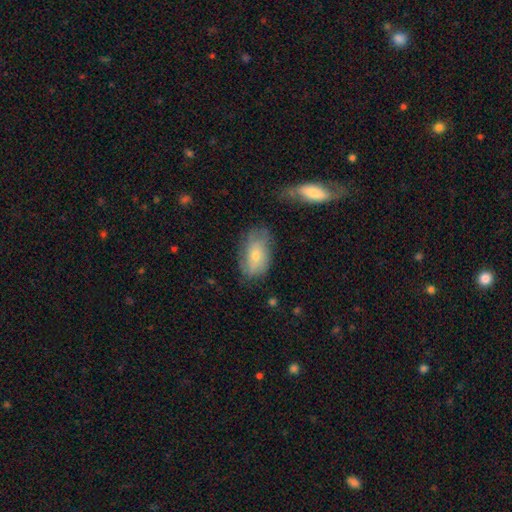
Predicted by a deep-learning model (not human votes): This is possibly a smooth galaxy (57%). How rounded: clearly in between (90%). Merging: possibly none (57%).